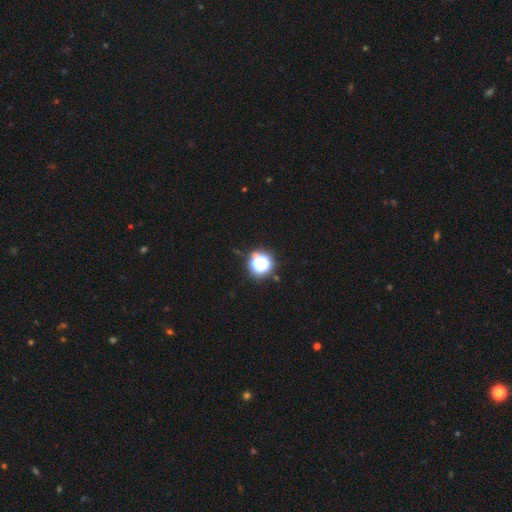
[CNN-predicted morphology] smooth_or_featured: star or artifact (p=0.59) [alt: smooth p=0.33]